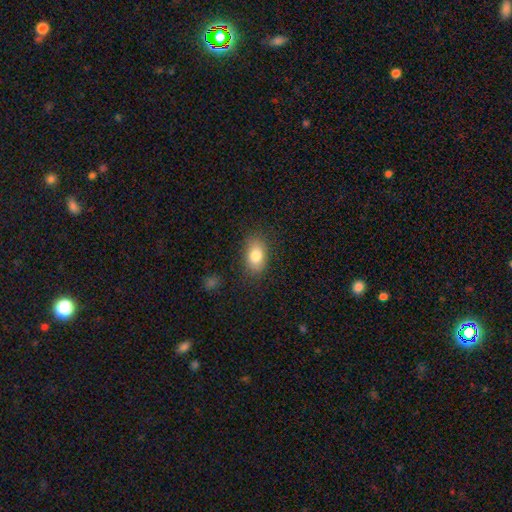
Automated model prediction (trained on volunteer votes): Overall: smooth (82%). How rounded: in between (87%). Merging: none (83%).